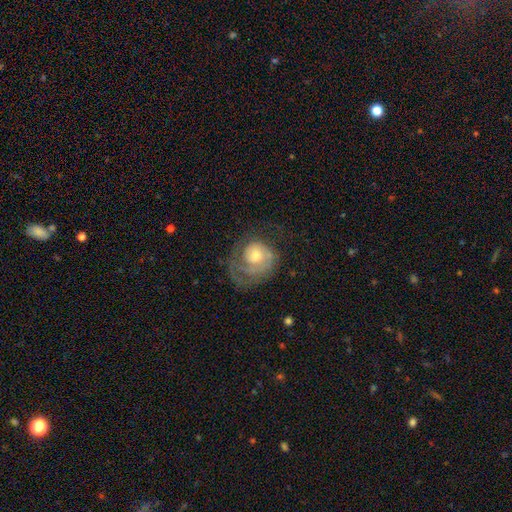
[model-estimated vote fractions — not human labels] smooth_or_featured: featured or disk (p=0.70) [alt: smooth p=0.23]
disk_edge_on: no (p=0.98) [alt: yes p=0.02]
bar: no (p=0.77) [alt: weak p=0.20]
has_spiral_arms: yes (p=0.86) [alt: no p=0.14]
spiral_winding: tight (p=0.52) [alt: medium p=0.31]
spiral_arm_count: 1 (p=0.54) [alt: 2 p=0.21]
bulge_size: moderate (p=0.57) [alt: small p=0.32]
merging: none (p=0.47) [alt: major disturbance p=0.31]